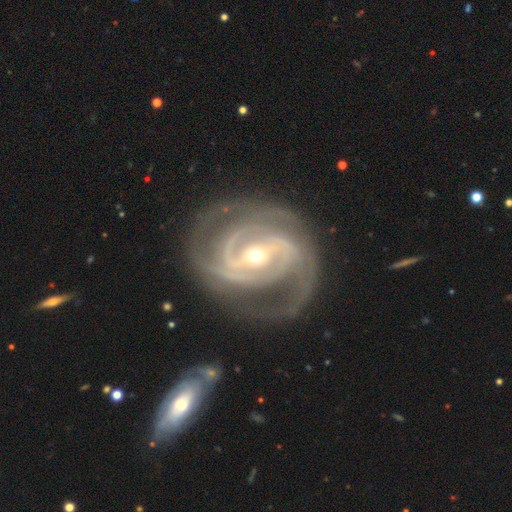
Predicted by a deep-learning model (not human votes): A featured or disk galaxy (92%) with a strong bar (49%), 2 (43%) tight (58%) spiral arms (98%) and a small central bulge (61%). Merging: none (67%).